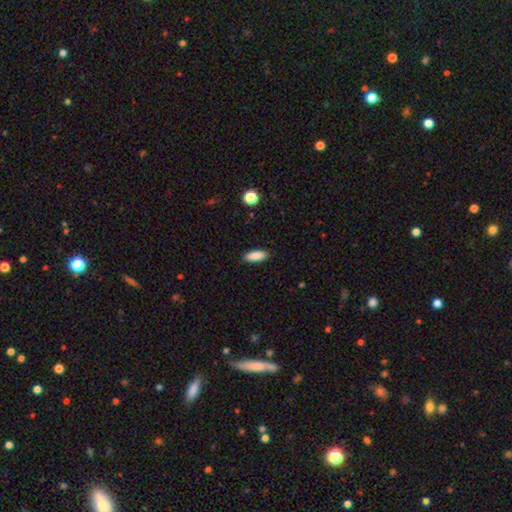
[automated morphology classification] A smooth galaxy with no disk features (88%) that is in between round and cigar-shaped (70%). Merging: none (88%).